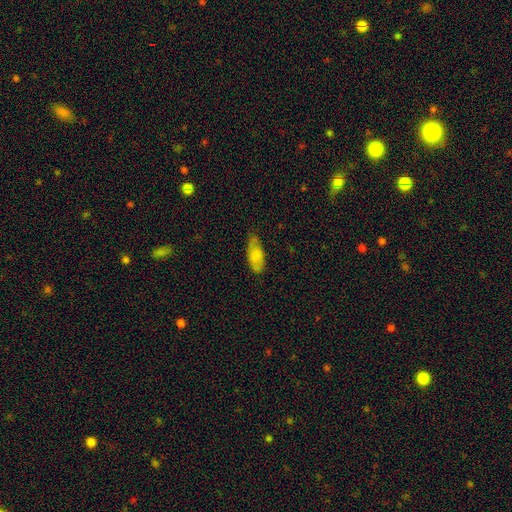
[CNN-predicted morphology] Smooth or featured?
  - smooth: 78% *
  - featured or disk: 16%
  - star or artifact: 7%
How rounded?
  - in between: 83% *
  - cigar-shaped: 15%
  - round: 2%
Merging?
  - none: 68% *
  - minor disturbance: 26%
  - major disturbance: 5%
  - merger: 1%